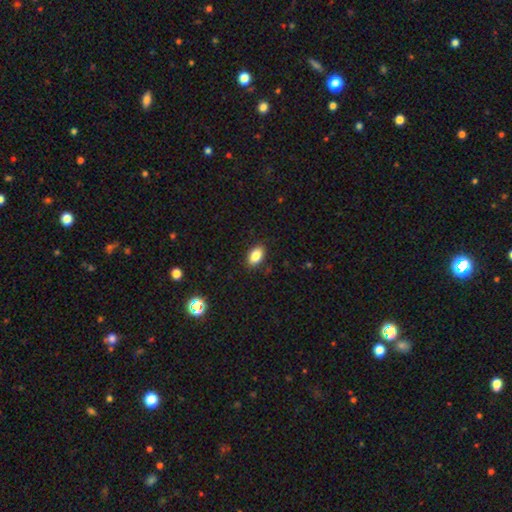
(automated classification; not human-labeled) smooth 85%, star or artifact 9%, featured or disk 6%. Down the decision tree: how rounded — in between (89%); merging — none (88%).